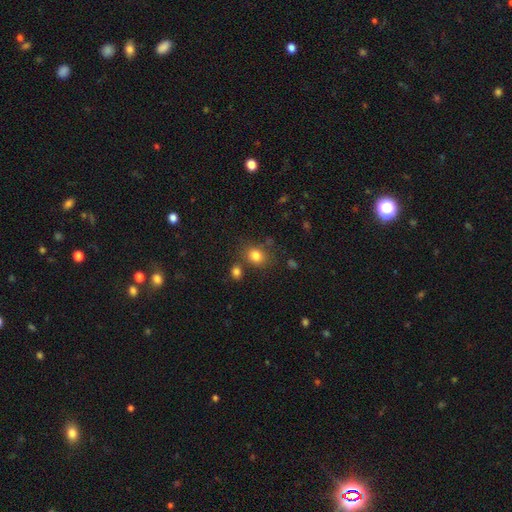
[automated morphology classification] Q: Smooth or featured?
A: smooth (81%); runner-up: star or artifact (12%)
Q: How rounded?
A: round (59%); runner-up: in between (40%)
Q: Merging?
A: none (71%); runner-up: minor disturbance (13%)